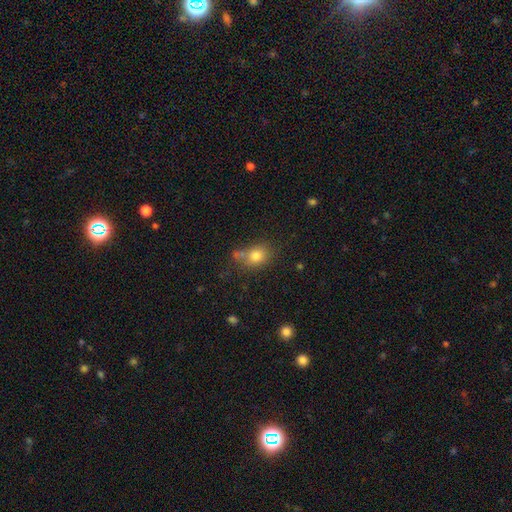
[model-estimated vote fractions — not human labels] Overall: smooth (78%). How rounded: round (56%; in between 43%). Merging: none (60%).